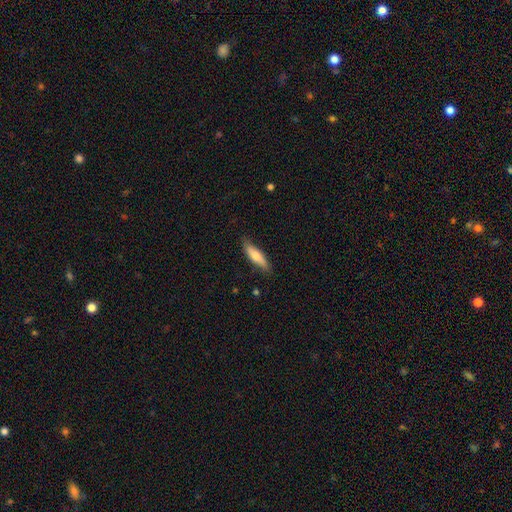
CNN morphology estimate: Smooth or featured? Predicted: smooth (p=0.66). How rounded? Predicted: cigar-shaped (p=0.60). Merging? Predicted: none (p=0.78).